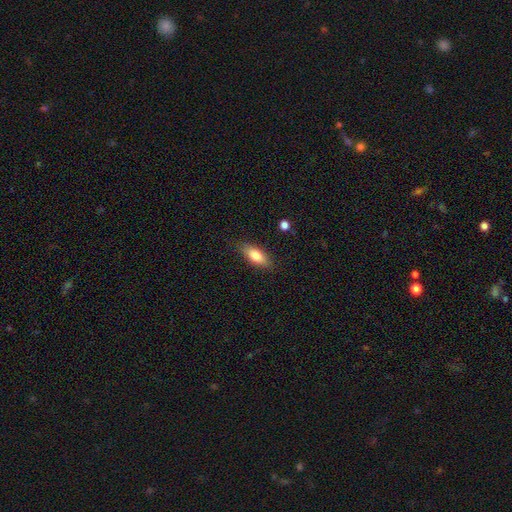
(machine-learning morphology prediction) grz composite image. It shows a smooth galaxy with no disk features (76%) that is in between round and cigar-shaped (75%). Merging: none (83%).